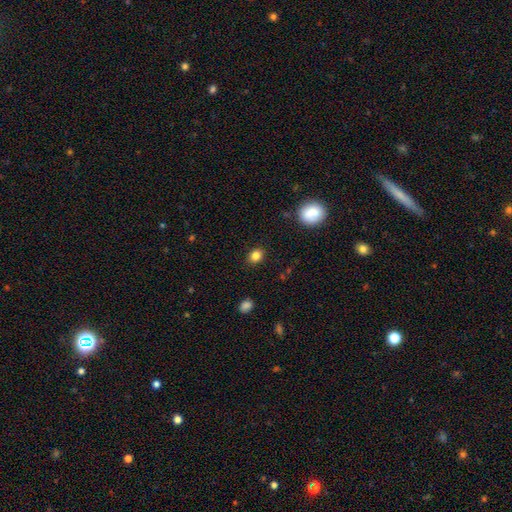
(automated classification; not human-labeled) This is clearly a smooth galaxy (83%). How rounded: possibly round (51%). Merging: clearly none (88%).